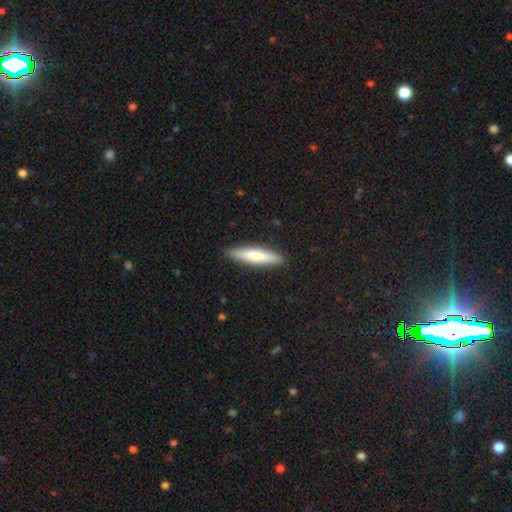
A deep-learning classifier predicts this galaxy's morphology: The model was most divided on "smooth or featured": smooth: 73%, featured or disk: 22%, star or artifact: 5%. More confident: merging — none (89%); how rounded — cigar-shaped (84%).